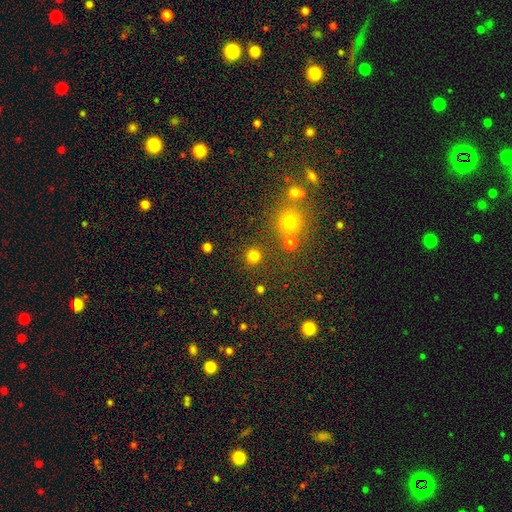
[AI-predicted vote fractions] Q: Smooth or featured?
A: smooth (79%); runner-up: star or artifact (17%)
Q: How rounded?
A: round (92%); runner-up: in between (7%)
Q: Merging?
A: none (83%); runner-up: merger (8%)